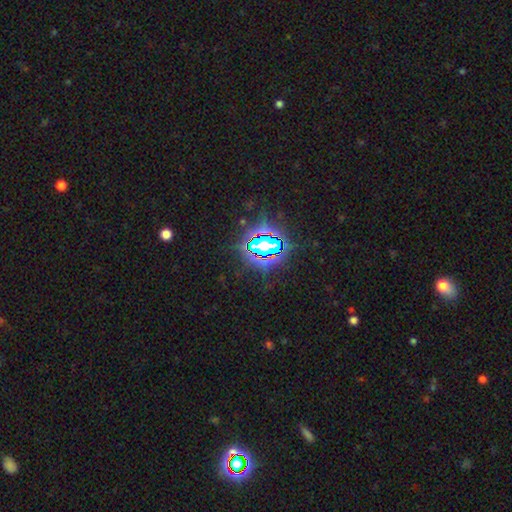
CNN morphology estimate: smooth-or-featured: star or artifact: 76% | smooth: 14% | featured or disk: 10%